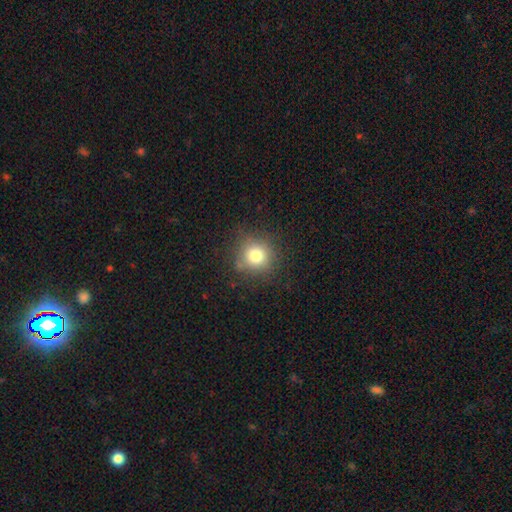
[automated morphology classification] This appears to be a smooth galaxy with no disk features (78%) that is round (92%). Merging: none (84%).